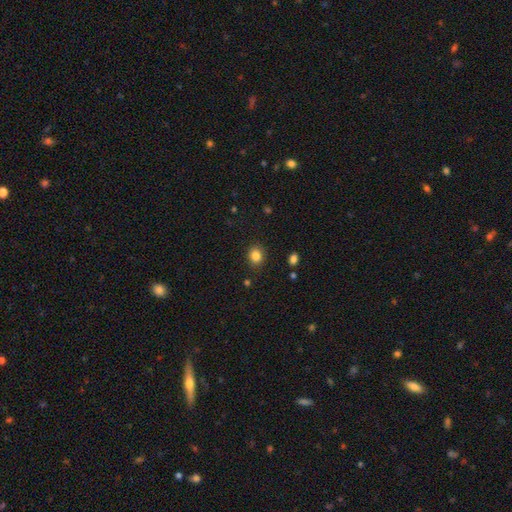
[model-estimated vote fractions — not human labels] smooth 84%, star or artifact 11%, featured or disk 5%. Down the decision tree: how rounded — round (73%); merging — none (87%).